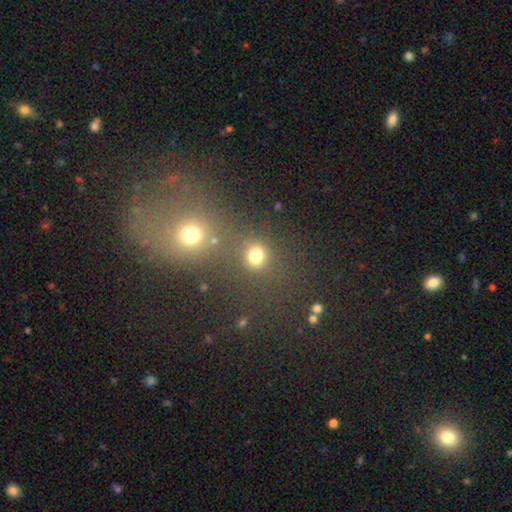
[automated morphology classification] Smooth or featured: smooth — 74% (star or artifact — 20%)
How rounded: round — 79% (in between — 20%)
Merging: none — 62% (merger — 22%)